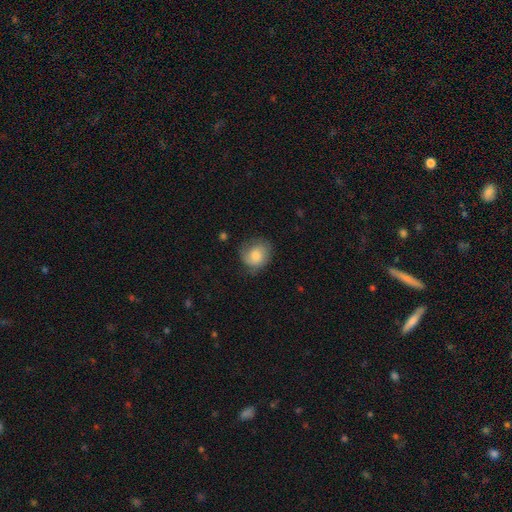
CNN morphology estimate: type=smooth (69%); roundness=round (70%); merging=none (62%).